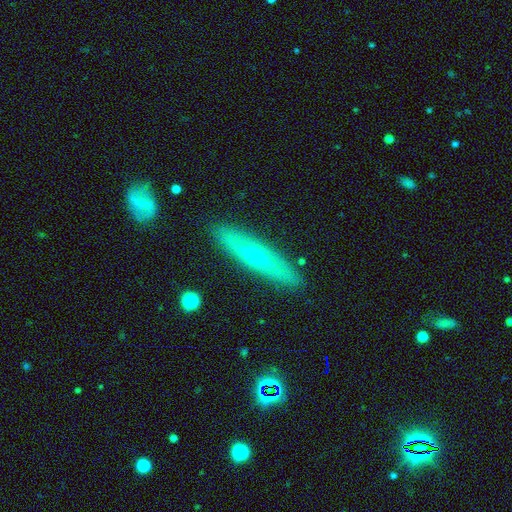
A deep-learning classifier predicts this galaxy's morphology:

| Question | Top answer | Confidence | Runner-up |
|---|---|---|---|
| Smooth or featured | featured or disk | 50% | smooth (43%) |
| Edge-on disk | yes | 75% | no (25%) |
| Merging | none | 88% | minor disturbance (9%) |